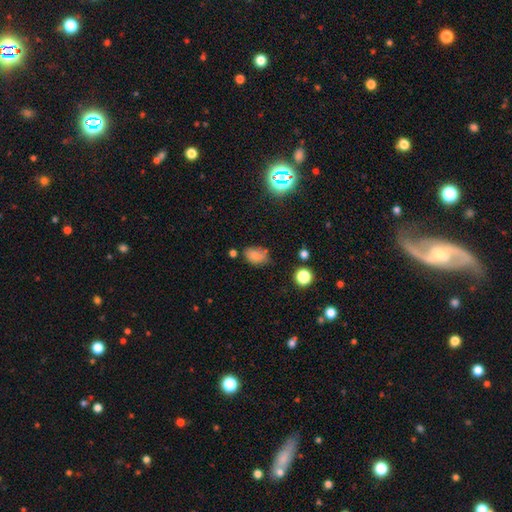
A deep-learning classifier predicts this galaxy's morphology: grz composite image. It shows a smooth galaxy with no disk features (78%) that is in between round and cigar-shaped (84%). Merging: none (58%).